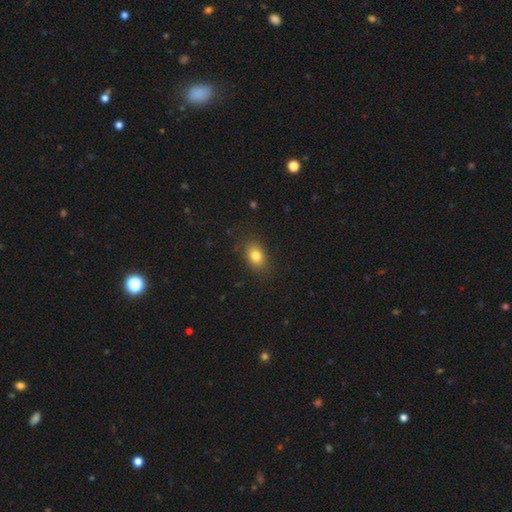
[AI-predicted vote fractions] Smooth or featured?
  - smooth: 81% *
  - star or artifact: 10%
  - featured or disk: 8%
How rounded?
  - in between: 75% *
  - round: 23%
  - cigar-shaped: 2%
Merging?
  - none: 85% *
  - minor disturbance: 11%
  - major disturbance: 3%
  - merger: 1%